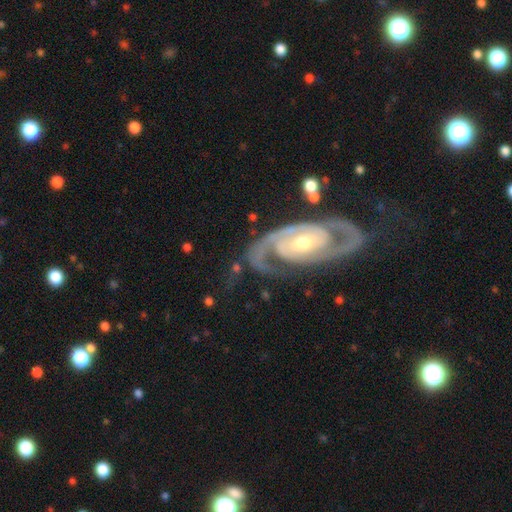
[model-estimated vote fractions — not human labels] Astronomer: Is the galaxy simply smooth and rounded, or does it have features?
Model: featured or disk — 91%.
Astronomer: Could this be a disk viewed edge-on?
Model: no — 95%.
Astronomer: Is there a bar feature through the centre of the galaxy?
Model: no — 63%.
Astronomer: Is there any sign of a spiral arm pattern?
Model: yes — 97%.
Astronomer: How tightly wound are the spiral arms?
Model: tight — 63%.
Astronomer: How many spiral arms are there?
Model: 2 — 85%.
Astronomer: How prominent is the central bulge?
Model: moderate — 48% (runner-up: small, 46%).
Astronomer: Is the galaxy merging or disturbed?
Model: none — 76%.